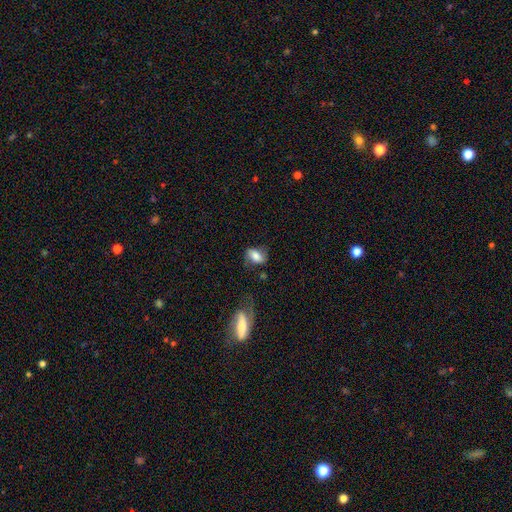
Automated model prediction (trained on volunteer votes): This is possibly a smooth galaxy (58%). How rounded: clearly in between (83%). Merging: possibly none (58%).